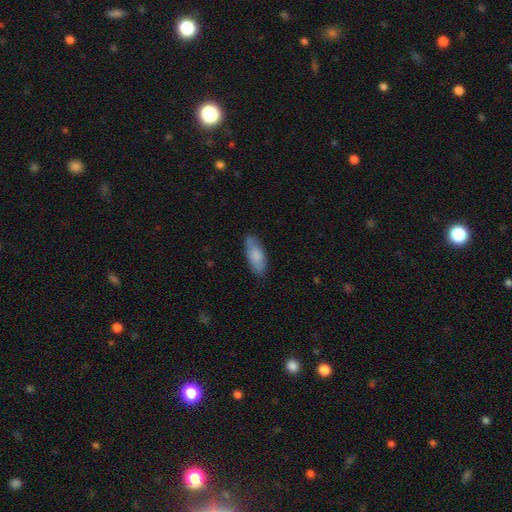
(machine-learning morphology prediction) Q: Smooth or featured?
A: smooth (77%); runner-up: featured or disk (17%)
Q: How rounded?
A: in between (78%); runner-up: cigar-shaped (20%)
Q: Merging?
A: none (77%); runner-up: minor disturbance (19%)